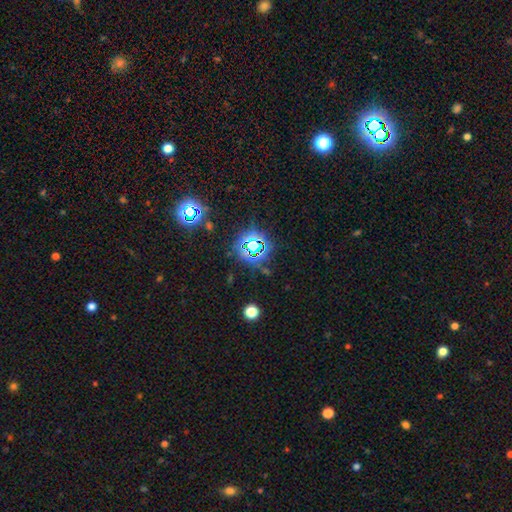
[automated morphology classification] smooth-or-featured: star or artifact: 75% | smooth: 17% | featured or disk: 9%